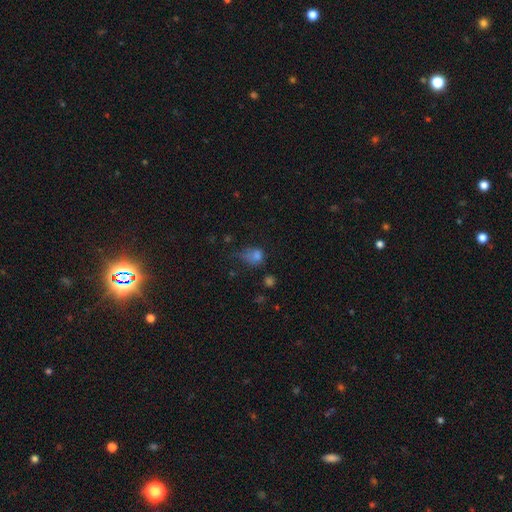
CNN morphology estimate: Overall: smooth (68%). How rounded: round (51%; in between 47%). Merging: none (32%; major disturbance 31%).